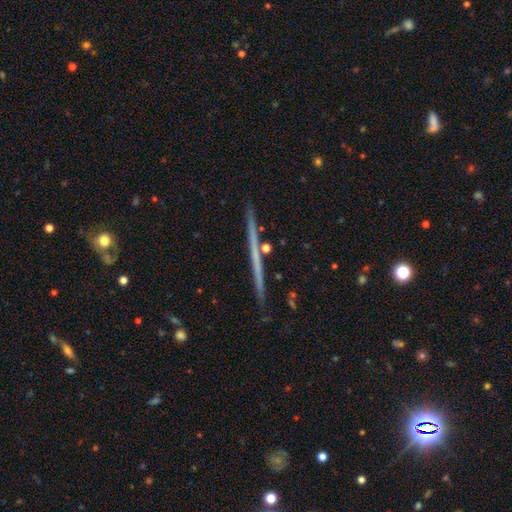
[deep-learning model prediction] Smooth or featured? featured or disk (66%)
Edge-on disk? yes (98%)
Edge-on bulge? none (80%)
Merging? none (90%)